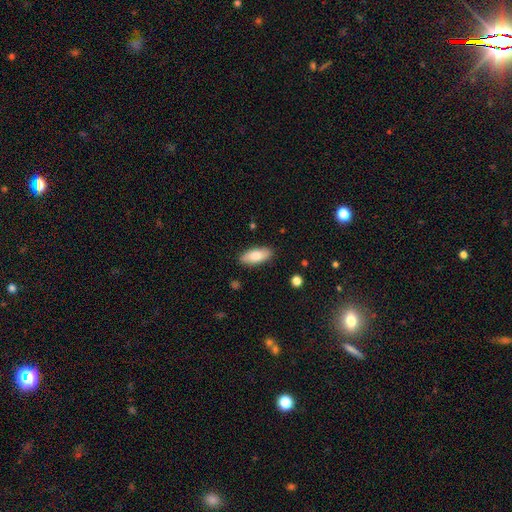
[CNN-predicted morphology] The model was most divided on "how rounded": in between: 82%, cigar-shaped: 16%, round: 2%. More confident: merging — none (87%); smooth or featured — smooth (81%).